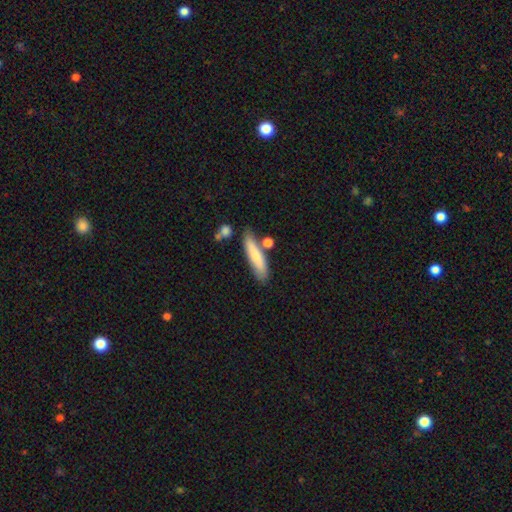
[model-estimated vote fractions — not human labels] This is likely a smooth galaxy (70%). How rounded: likely cigar-shaped (75%). Merging: likely none (70%).